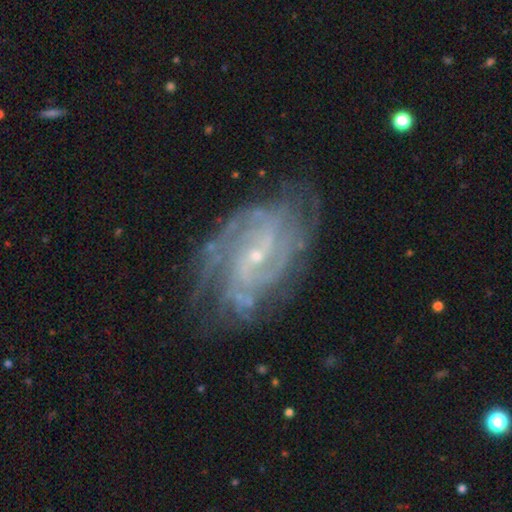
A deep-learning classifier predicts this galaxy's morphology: Smooth or featured? Predicted: featured or disk (p=0.88). Edge-on disk? Predicted: no (p=0.96). Bar? Predicted: weak (p=0.43). Spiral arms? Predicted: yes (p=0.96). Spiral winding? Predicted: tight (p=0.55). Spiral arm count? Predicted: can't tell (p=0.30). Bulge size? Predicted: small (p=0.82). Merging? Predicted: none (p=0.70).